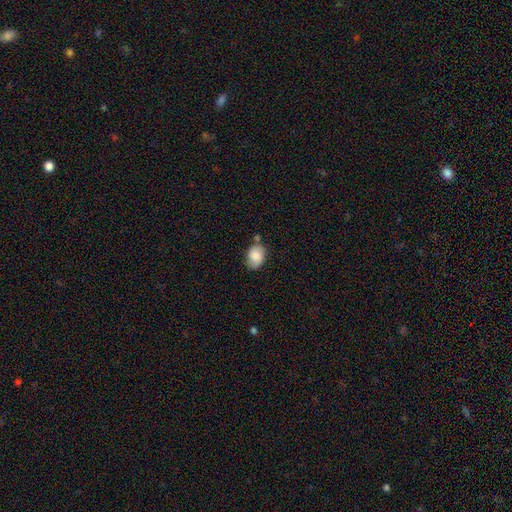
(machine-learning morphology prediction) Overall: smooth (84%). How rounded: in between (75%). Merging: none (63%; minor disturbance 23%).